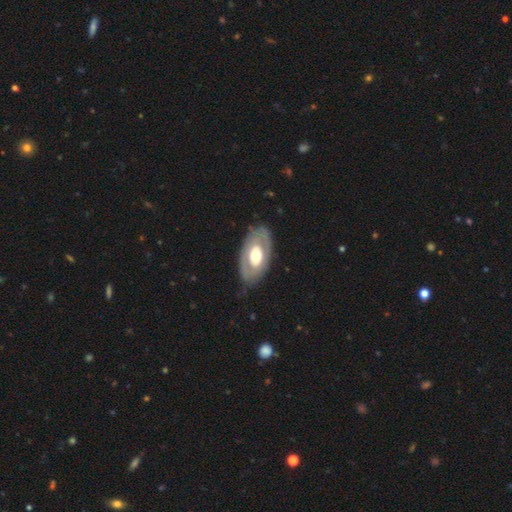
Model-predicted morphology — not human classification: This appears to be a featured or disk galaxy (59%) with no bar (82%), no spiral arms (81%) and a moderate central bulge (63%). Merging: none (79%).